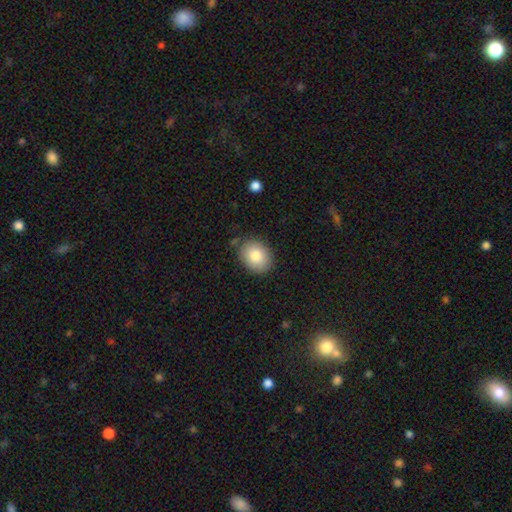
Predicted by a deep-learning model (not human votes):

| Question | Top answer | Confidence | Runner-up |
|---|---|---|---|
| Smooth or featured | smooth | 83% | featured or disk (9%) |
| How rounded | in between | 56% | round (43%) |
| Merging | none | 82% | minor disturbance (13%) |